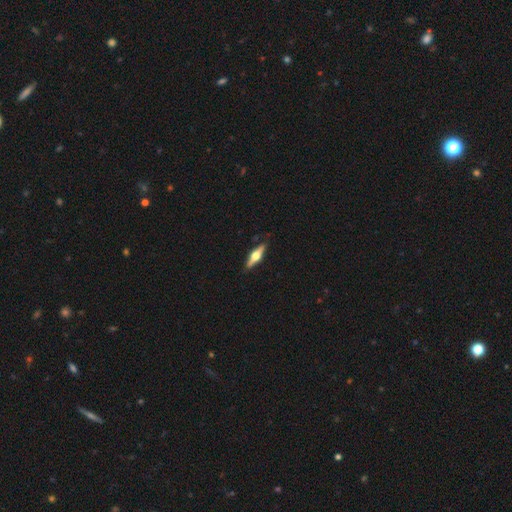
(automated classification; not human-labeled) Overall: featured or disk (68%). Edge-on disk: yes (96%). Edge-on bulge: rounded (94%). Merging: none (87%).